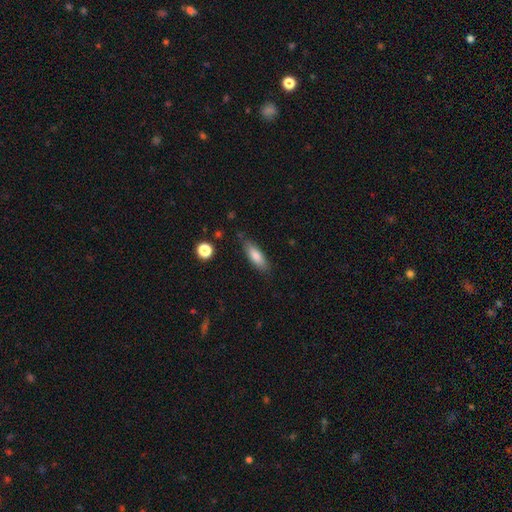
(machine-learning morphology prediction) Smooth or featured?
  - smooth: 79% *
  - featured or disk: 14%
  - star or artifact: 7%
How rounded?
  - in between: 55% *
  - cigar-shaped: 43%
  - round: 2%
Merging?
  - none: 80% *
  - minor disturbance: 15%
  - major disturbance: 3%
  - merger: 2%